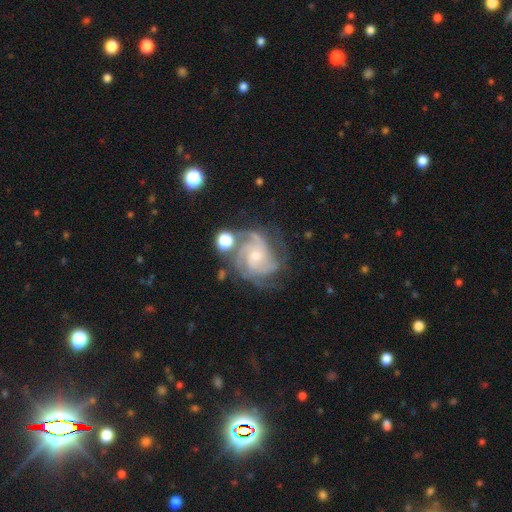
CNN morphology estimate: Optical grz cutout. It shows a featured or disk galaxy (88%) with no bar (69%), 3 (44%) tight (60%) spiral arms (98%) and a small central bulge (64%). Merging: none (65%).